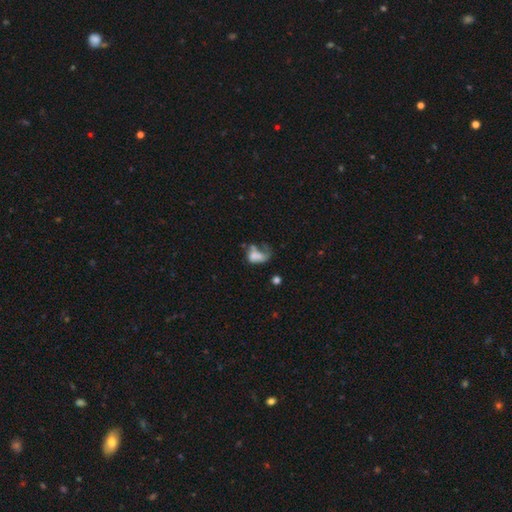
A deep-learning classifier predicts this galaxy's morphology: A smooth galaxy with no disk features (55%) that is in between round and cigar-shaped (82%). Merging: major disturbance (46%).